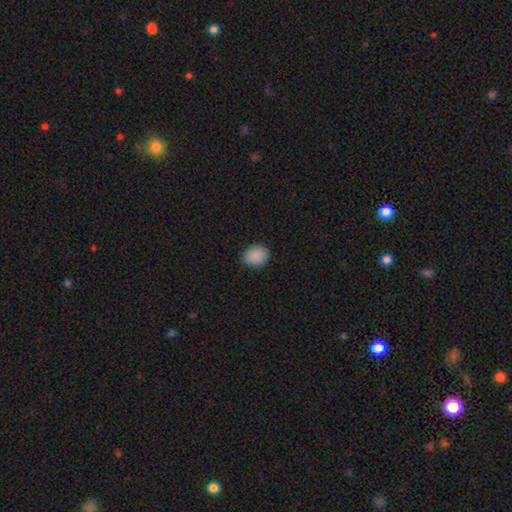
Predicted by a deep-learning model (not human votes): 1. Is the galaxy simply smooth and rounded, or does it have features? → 89% smooth, 8% star or artifact, 3% featured or disk.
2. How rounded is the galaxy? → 52% round, 47% in between, 1% cigar-shaped.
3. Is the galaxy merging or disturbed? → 87% none, 10% minor disturbance, 2% major disturbance, 1% merger.